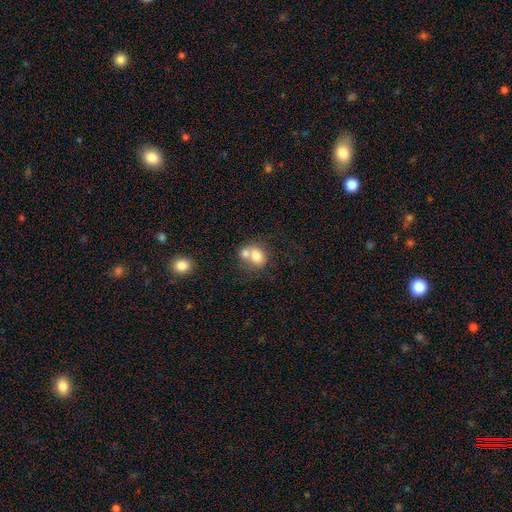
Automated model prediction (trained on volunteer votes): Overall: smooth (73%). How rounded: round (57%; in between 42%). Merging: merger (59%; none 28%).